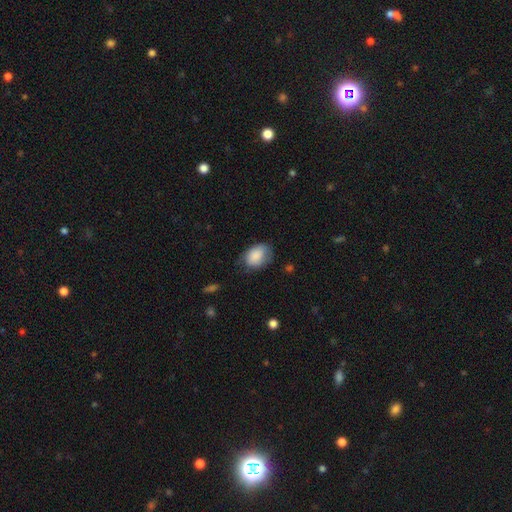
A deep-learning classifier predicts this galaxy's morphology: Overall: smooth (86%). How rounded: in between (79%). Merging: none (60%; minor disturbance 30%).